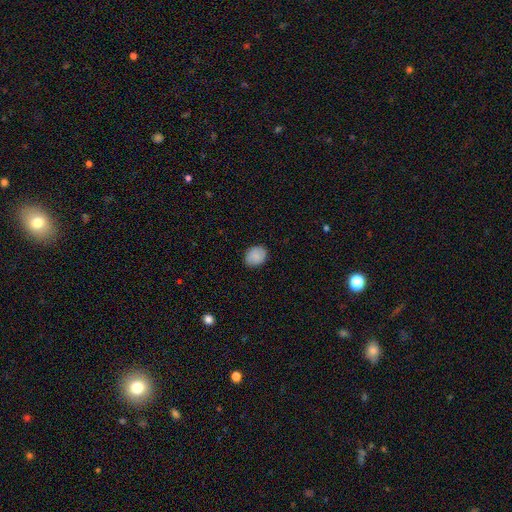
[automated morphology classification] type=smooth (85%); roundness=in between (52%); merging=none (86%).